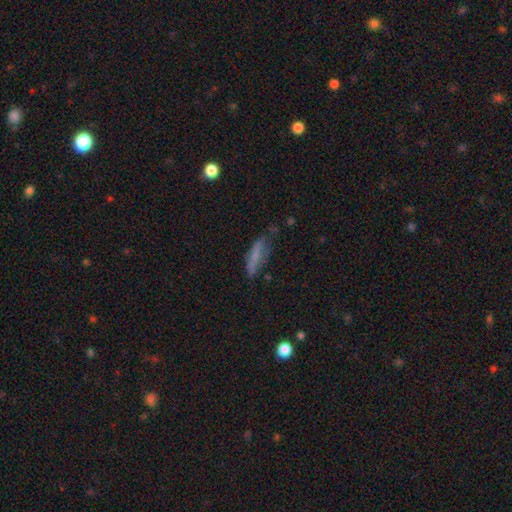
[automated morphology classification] smooth_or_featured: smooth (p=0.62) [alt: featured or disk p=0.28]
how_rounded: cigar-shaped (p=0.64) [alt: in between p=0.33]
merging: none (p=0.50) [alt: minor disturbance p=0.31]